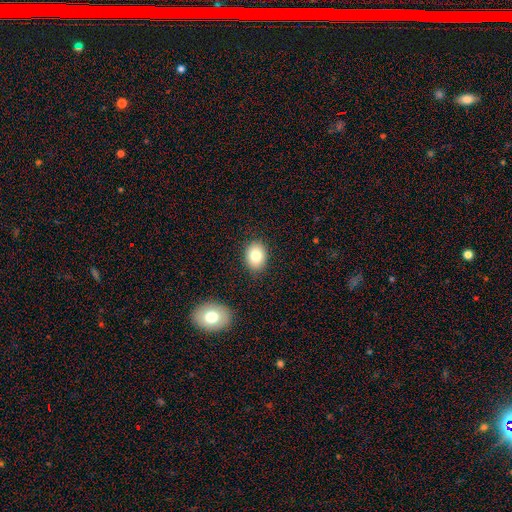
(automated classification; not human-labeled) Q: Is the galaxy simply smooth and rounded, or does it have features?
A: smooth — 80%.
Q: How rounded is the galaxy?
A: in between — 60%.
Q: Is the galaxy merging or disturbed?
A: none — 87%.